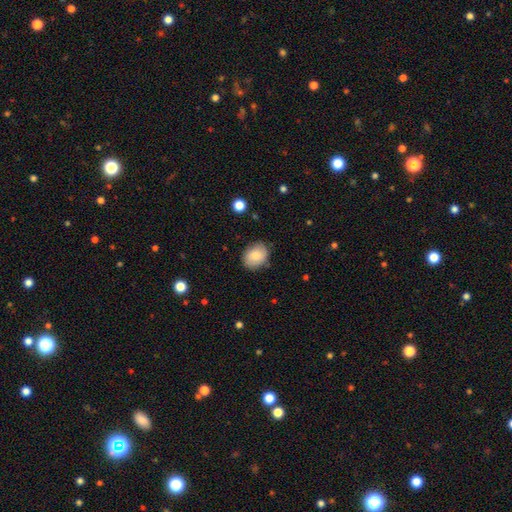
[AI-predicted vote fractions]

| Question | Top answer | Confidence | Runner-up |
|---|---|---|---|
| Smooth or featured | smooth | 82% | featured or disk (11%) |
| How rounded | in between | 56% | round (43%) |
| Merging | none | 83% | minor disturbance (13%) |